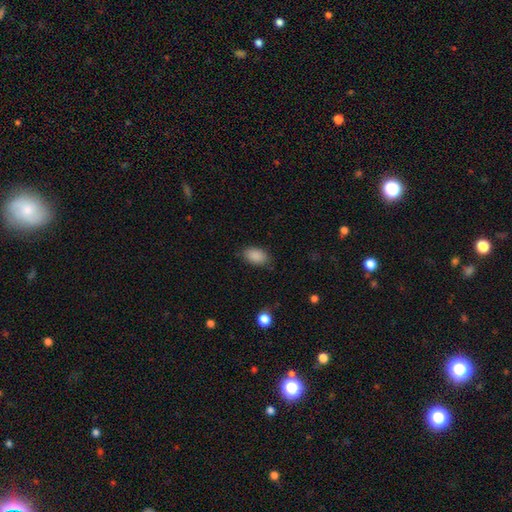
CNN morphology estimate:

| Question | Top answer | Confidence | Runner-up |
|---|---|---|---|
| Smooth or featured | smooth | 88% | star or artifact (8%) |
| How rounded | in between | 91% | round (7%) |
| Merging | none | 81% | minor disturbance (14%) |